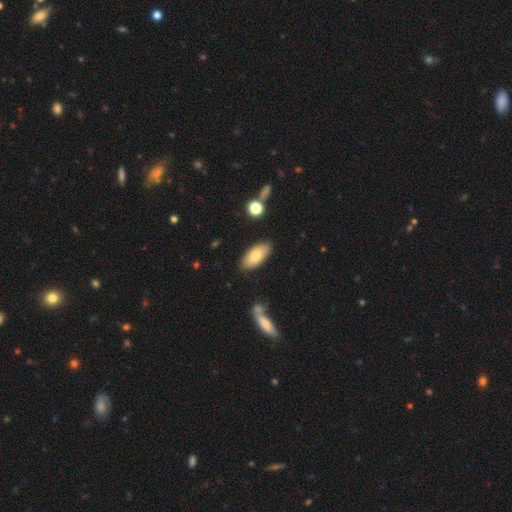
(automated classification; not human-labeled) smooth 81%, featured or disk 13%, star or artifact 6%. Down the decision tree: how rounded — in between (89%); merging — none (82%).